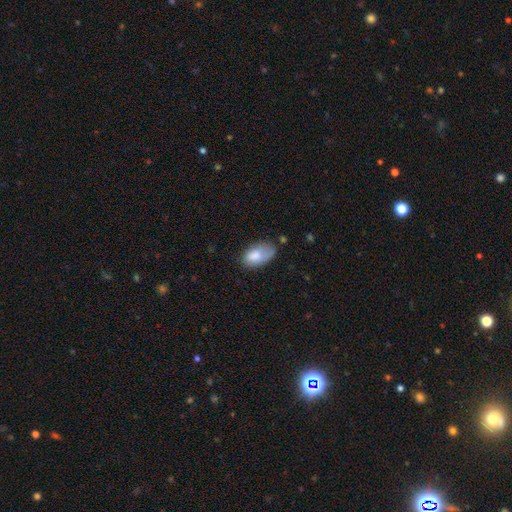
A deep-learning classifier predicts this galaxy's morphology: Overall: smooth (79%). How rounded: in between (93%). Merging: none (50%; minor disturbance 34%).